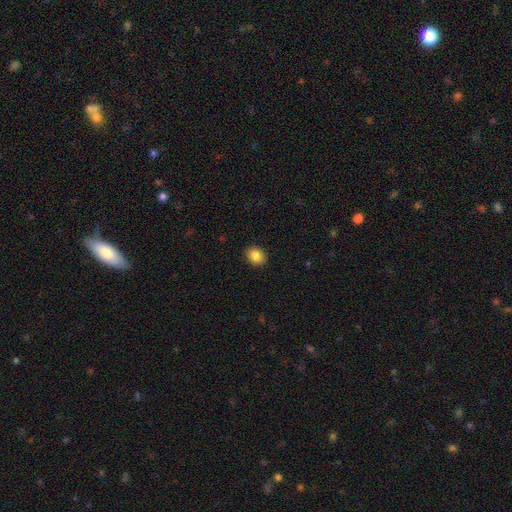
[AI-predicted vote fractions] smooth 86%, star or artifact 9%, featured or disk 5%. Down the decision tree: how rounded — round (60%); merging — none (91%).